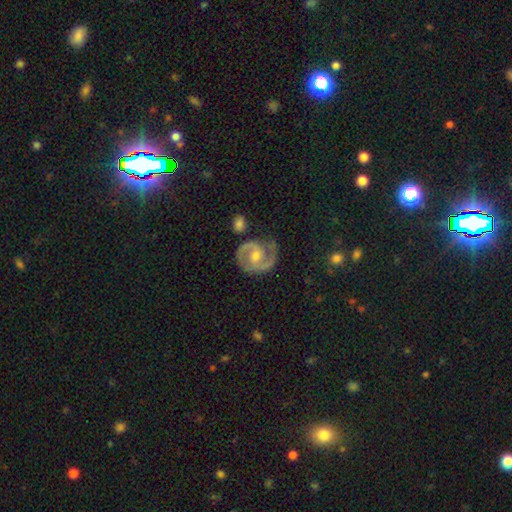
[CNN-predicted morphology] type=featured or disk (87%); edge-on=no (98%); bar=weak (43%); spiral arms=yes (96%); winding=medium (50%); arm count=2 (87%); bulge=moderate (57%); merging=none (72%).